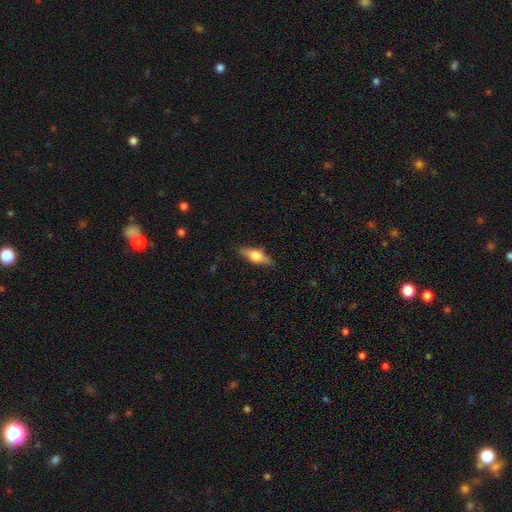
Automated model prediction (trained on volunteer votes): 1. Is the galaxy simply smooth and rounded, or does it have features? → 49% featured or disk, 44% smooth, 7% star or artifact.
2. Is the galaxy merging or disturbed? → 86% none, 11% minor disturbance, 2% major disturbance, 1% merger.